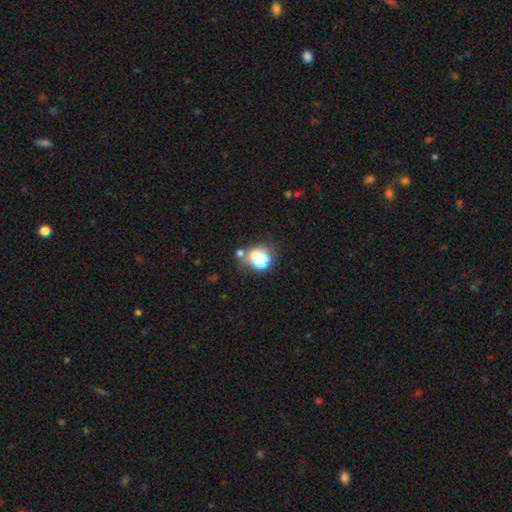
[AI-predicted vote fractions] Q: Smooth or featured?
A: smooth (59%); runner-up: star or artifact (23%)
Q: How rounded?
A: round (64%); runner-up: in between (35%)
Q: Merging?
A: none (44%); runner-up: merger (34%)